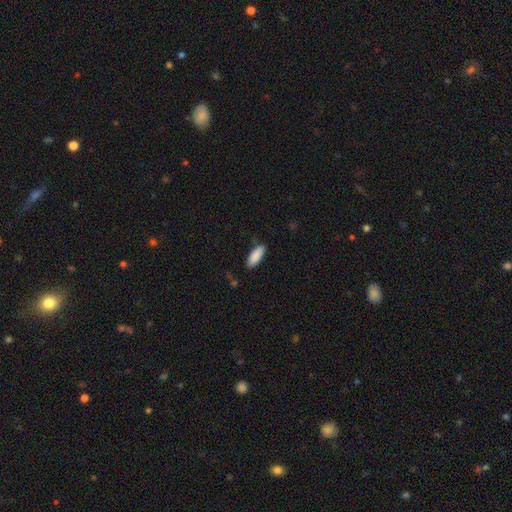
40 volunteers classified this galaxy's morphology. This appears to be a smooth galaxy with no disk features (95%) that is in between round and cigar-shaped (66%). Merging: none (89%).